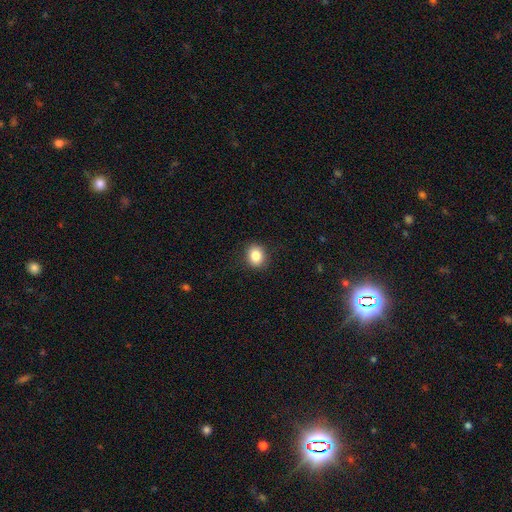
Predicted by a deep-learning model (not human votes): Smooth or featured? smooth (85%)
How rounded? round (64%)
Merging? none (89%)